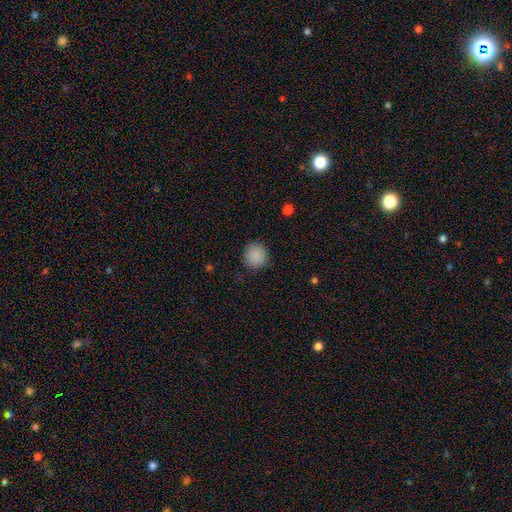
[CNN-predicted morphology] A smooth galaxy with no disk features (88%) that is round (92%).

Vote fractions:
- Smooth or featured? smooth: 88% / star or artifact: 9% / featured or disk: 3%
- How rounded? round: 92% / in between: 7% / cigar-shaped: 1%
- Merging? none: 87% / minor disturbance: 9% / major disturbance: 3% / merger: 1%